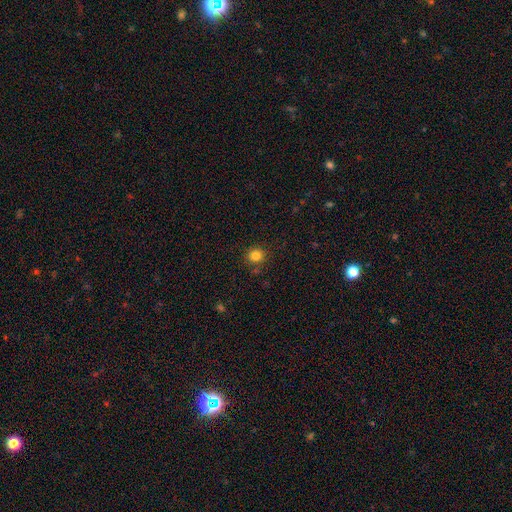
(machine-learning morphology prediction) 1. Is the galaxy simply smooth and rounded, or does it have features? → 82% smooth, 13% star or artifact, 5% featured or disk.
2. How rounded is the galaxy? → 89% round, 10% in between, 1% cigar-shaped.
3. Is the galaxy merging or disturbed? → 87% none, 8% minor disturbance, 3% merger, 2% major disturbance.